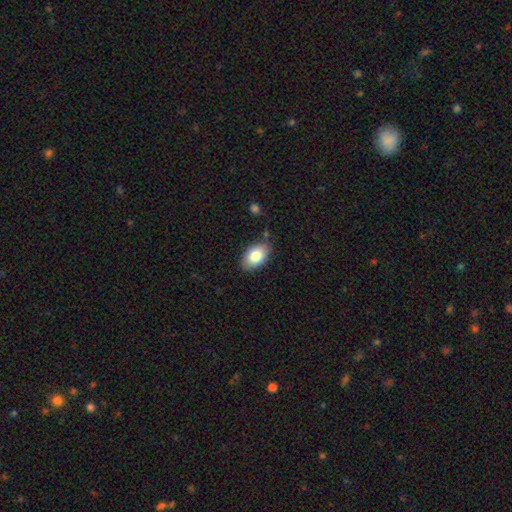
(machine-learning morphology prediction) The model was most divided on "merging": none: 82%, minor disturbance: 13%, major disturbance: 3%, merger: 2%. More confident: how rounded — in between (90%); smooth or featured — smooth (81%).